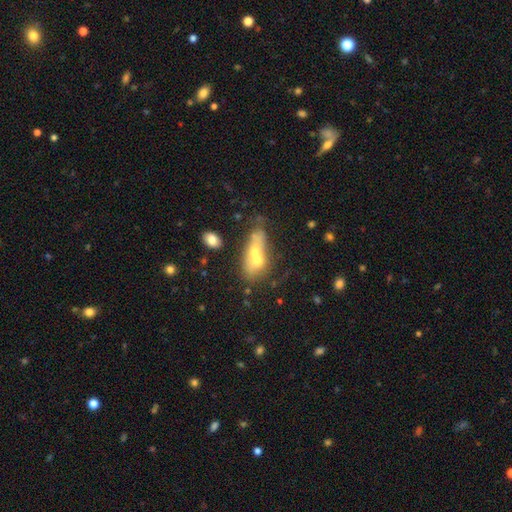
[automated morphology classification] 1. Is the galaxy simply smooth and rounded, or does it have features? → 54% smooth, 35% featured or disk, 11% star or artifact.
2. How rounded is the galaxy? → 63% in between, 19% round, 17% cigar-shaped.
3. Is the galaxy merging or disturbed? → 62% merger, 21% none, 9% minor disturbance, 7% major disturbance.